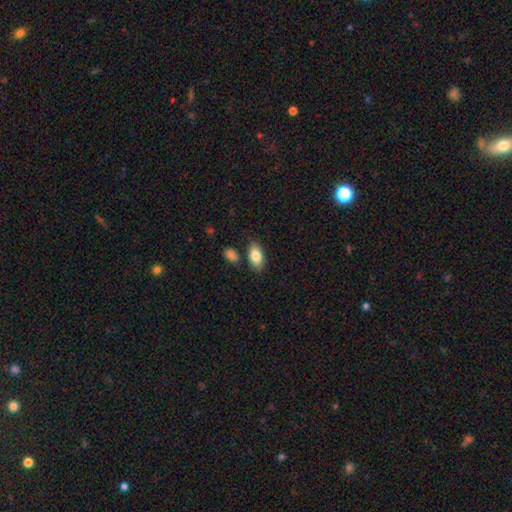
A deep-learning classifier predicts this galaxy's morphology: Smooth or featured? Predicted: smooth (p=0.85). How rounded? Predicted: in between (p=0.92). Merging? Predicted: none (p=0.78).